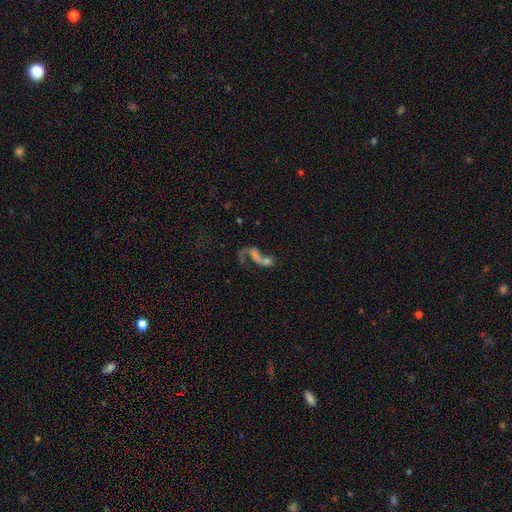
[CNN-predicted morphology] A featured or disk galaxy (58%) with no bar (65%), spiral arms (61%) and no central bulge (48%). Merging: merger (49%).